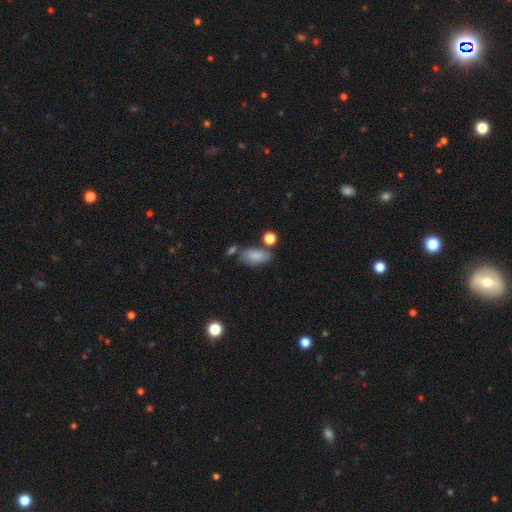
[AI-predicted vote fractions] smooth_or_featured: smooth (p=0.83) [alt: featured or disk p=0.09]
how_rounded: in between (p=0.89) [alt: cigar-shaped p=0.06]
merging: none (p=0.61) [alt: minor disturbance p=0.20]